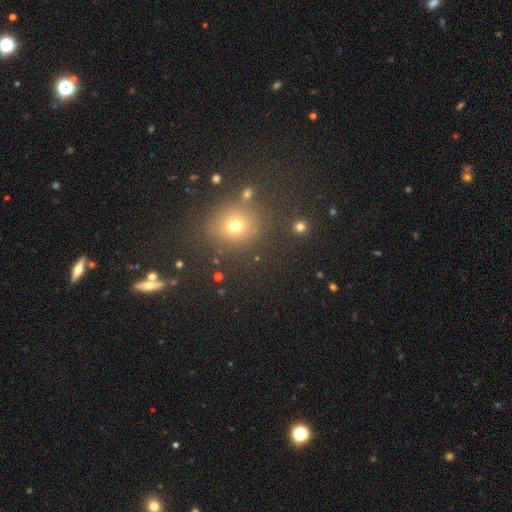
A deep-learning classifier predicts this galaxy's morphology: Smooth or featured?
  - smooth: 49% *
  - star or artifact: 42%
  - featured or disk: 9%
Merging?
  - none: 82% *
  - minor disturbance: 9%
  - merger: 5%
  - major disturbance: 4%